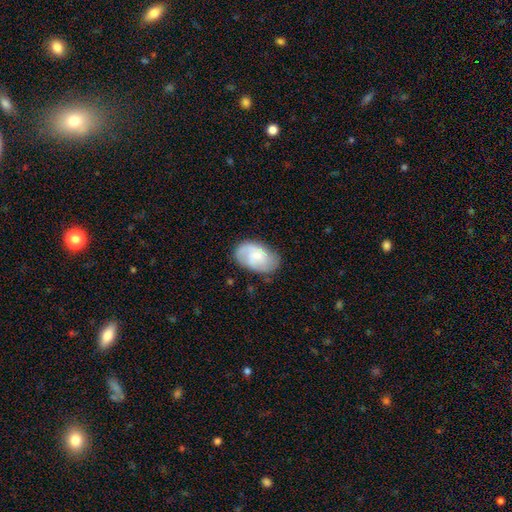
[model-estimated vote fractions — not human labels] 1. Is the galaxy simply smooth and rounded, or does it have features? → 48% featured or disk, 45% smooth, 7% star or artifact.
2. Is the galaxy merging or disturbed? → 73% none, 19% minor disturbance, 6% major disturbance, 1% merger.